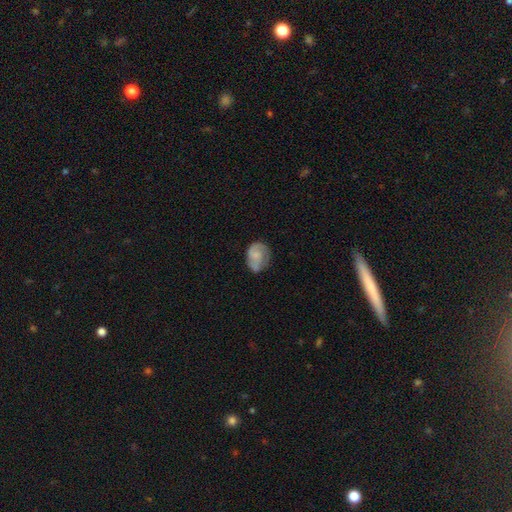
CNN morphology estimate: This appears to be a smooth galaxy with no disk features (48%). Merging: none (55%).